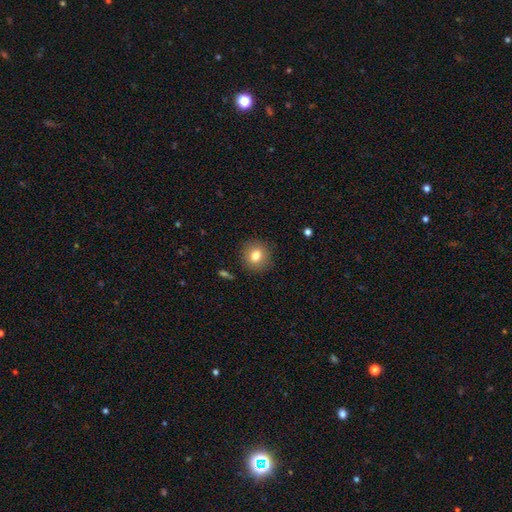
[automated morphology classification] smooth-or-featured: smooth: 80% | featured or disk: 10% | star or artifact: 10%
  how-rounded: round: 85% | in between: 14% | cigar-shaped: 1%
  merging: none: 89% | minor disturbance: 7% | major disturbance: 2% | merger: 1%